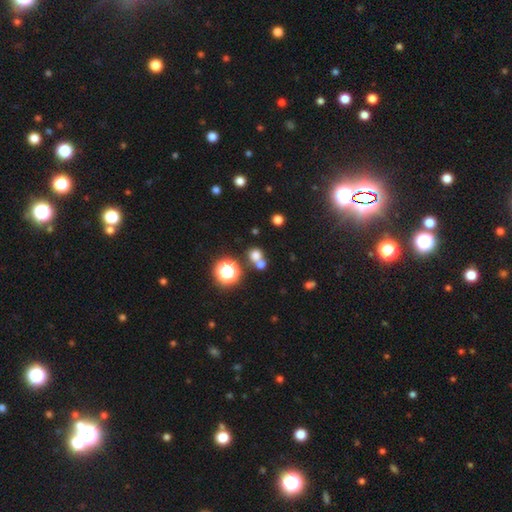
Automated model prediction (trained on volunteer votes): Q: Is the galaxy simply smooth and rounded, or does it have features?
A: smooth — 68%.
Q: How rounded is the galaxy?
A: round — 86%.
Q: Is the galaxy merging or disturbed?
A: none — 56%.